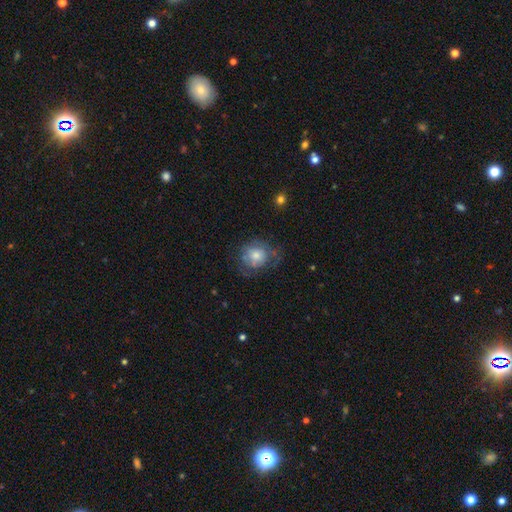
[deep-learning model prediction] Smooth or featured? smooth (56%)
How rounded? round (75%)
Merging? none (56%)